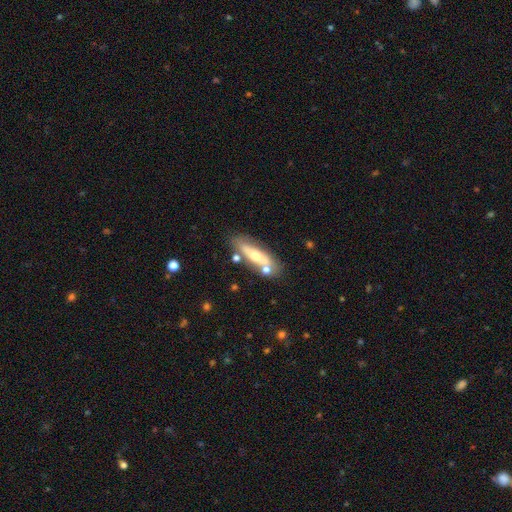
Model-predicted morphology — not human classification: Smooth or featured? featured or disk (51%)
Edge-on disk? no (56%)
Merging? none (65%)